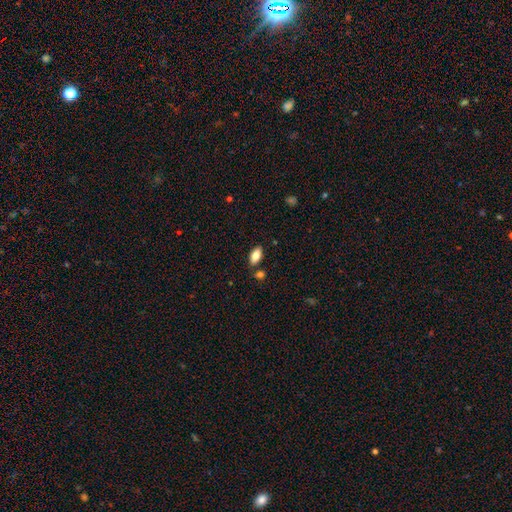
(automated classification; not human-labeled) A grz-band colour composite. It shows a smooth galaxy with no disk features (81%) that is in between round and cigar-shaped (92%). Merging: none (81%).